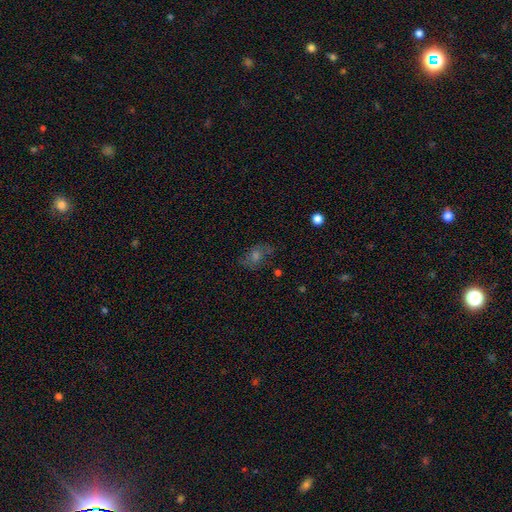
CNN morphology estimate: smooth 39%, featured or disk 36%, star or artifact 25%. Down the decision tree: merging — none (69%).